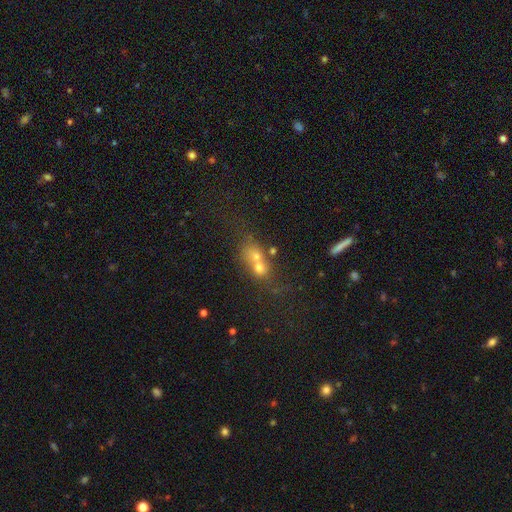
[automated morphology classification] A smooth galaxy with no disk features (60%) that is round (58%).

Vote fractions:
- Smooth or featured? smooth: 60% / featured or disk: 23% / star or artifact: 17%
- How rounded? round: 58% / in between: 38% / cigar-shaped: 3%
- Merging? merger: 65% / none: 22% / minor disturbance: 6% / major disturbance: 6%